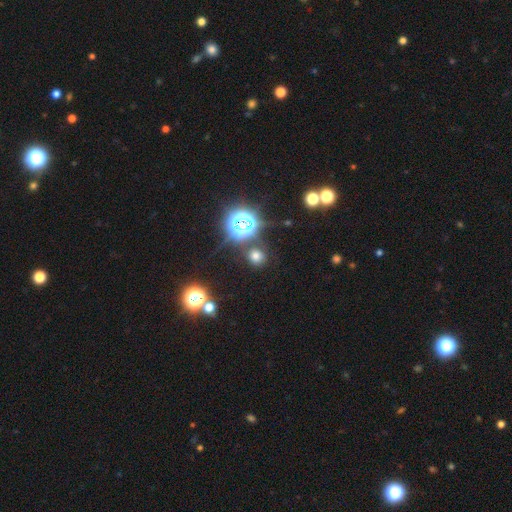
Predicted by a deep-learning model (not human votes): A smooth galaxy with no disk features (63%) that is round (88%). Merging: none (84%).